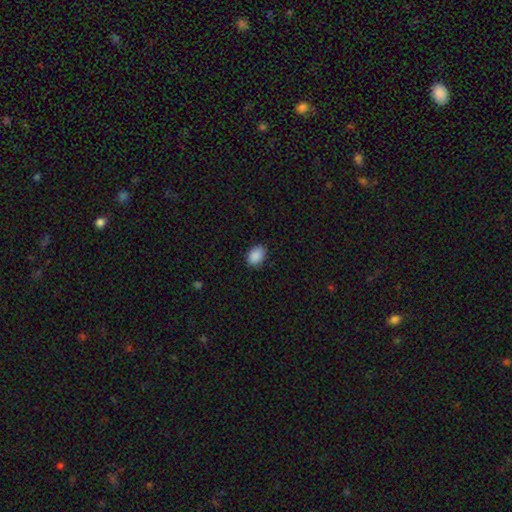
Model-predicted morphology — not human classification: Smooth or featured? Predicted: smooth (p=0.90). How rounded? Predicted: in between (p=0.80). Merging? Predicted: none (p=0.85).